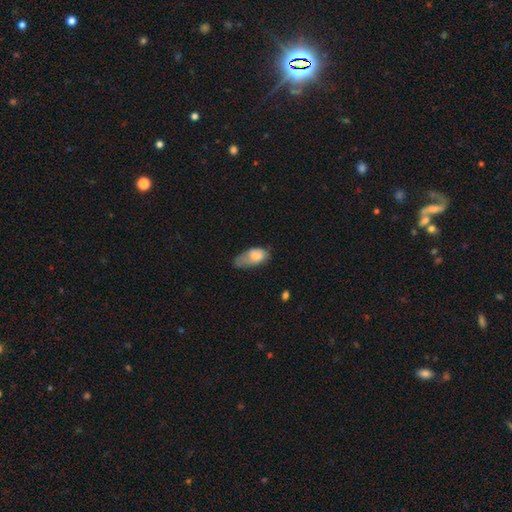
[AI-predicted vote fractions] smooth_or_featured: smooth (p=0.73) [alt: featured or disk p=0.20]
how_rounded: in between (p=0.90) [alt: round p=0.05]
merging: minor disturbance (p=0.42) [alt: major disturbance p=0.29]